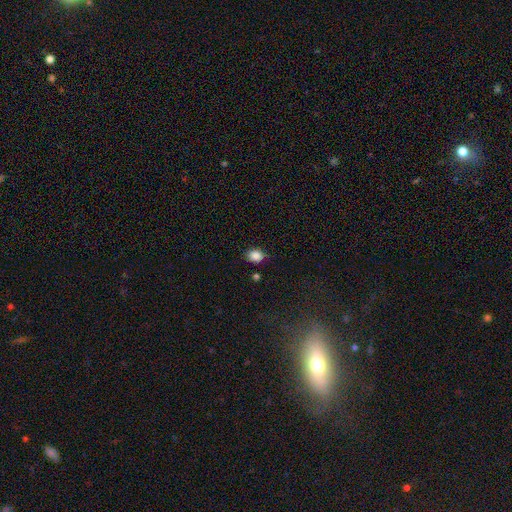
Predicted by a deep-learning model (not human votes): Smooth or featured? smooth (86%)
How rounded? round (52%)
Merging? none (78%)